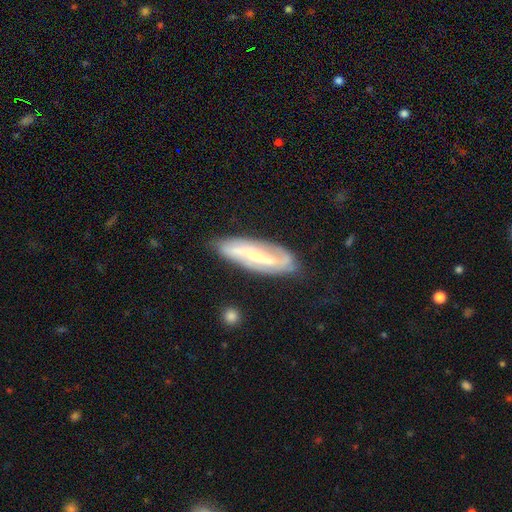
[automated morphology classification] Smooth or featured: featured or disk — 76% (smooth — 18%)
Edge-on disk: no — 85% (yes — 15%)
Bar: strong — 45% (weak — 37%)
Spiral arms: yes — 90% (no — 10%)
Spiral winding: medium — 42% (tight — 30%)
Spiral arm count: 2 — 77% (can't tell — 14%)
Bulge size: small — 51% (moderate — 38%)
Merging: none — 79% (minor disturbance — 15%)